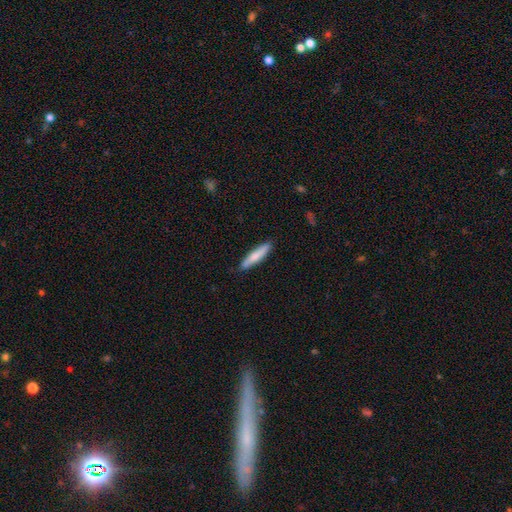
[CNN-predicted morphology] A smooth galaxy with no disk features (74%) that is cigar-shaped (88%). Merging: none (86%).